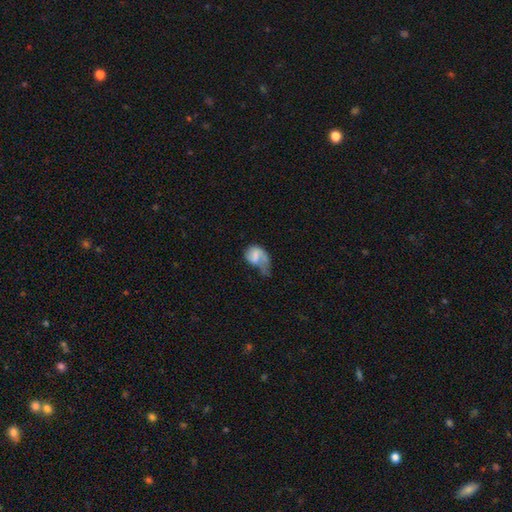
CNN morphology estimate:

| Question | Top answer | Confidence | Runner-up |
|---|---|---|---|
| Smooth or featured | smooth | 51% | featured or disk (40%) |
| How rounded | in between | 72% | round (27%) |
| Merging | major disturbance | 52% | minor disturbance (26%) |